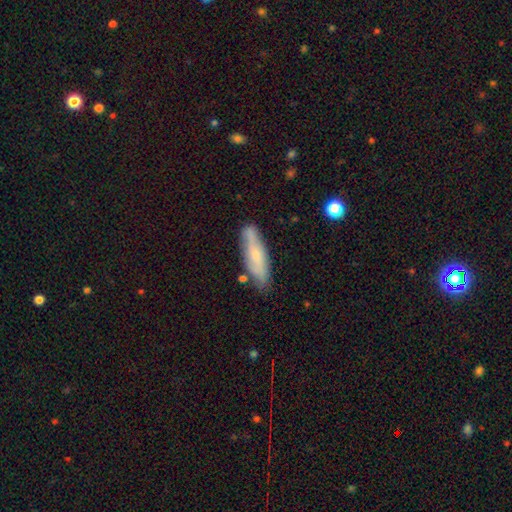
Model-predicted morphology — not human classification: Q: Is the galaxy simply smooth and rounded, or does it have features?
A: smooth — 55%.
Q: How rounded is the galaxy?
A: cigar-shaped — 61%.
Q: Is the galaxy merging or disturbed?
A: none — 77%.